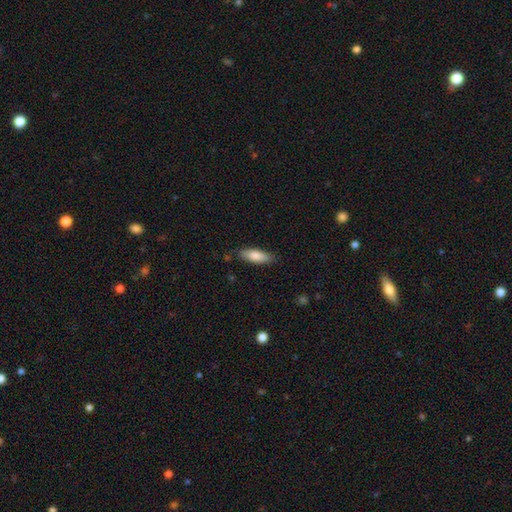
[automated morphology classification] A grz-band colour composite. It shows a smooth galaxy with no disk features (81%) that is in between round and cigar-shaped (60%). Merging: none (83%).